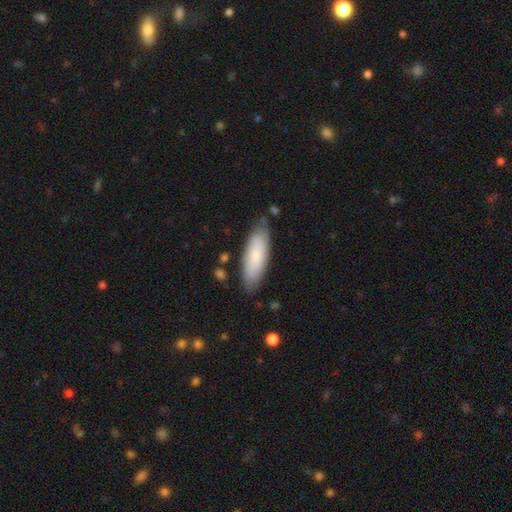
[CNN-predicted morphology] Smooth or featured?
  - smooth: 78% *
  - featured or disk: 16%
  - star or artifact: 6%
How rounded?
  - in between: 58% *
  - cigar-shaped: 40%
  - round: 1%
Merging?
  - none: 79% *
  - minor disturbance: 16%
  - major disturbance: 3%
  - merger: 3%